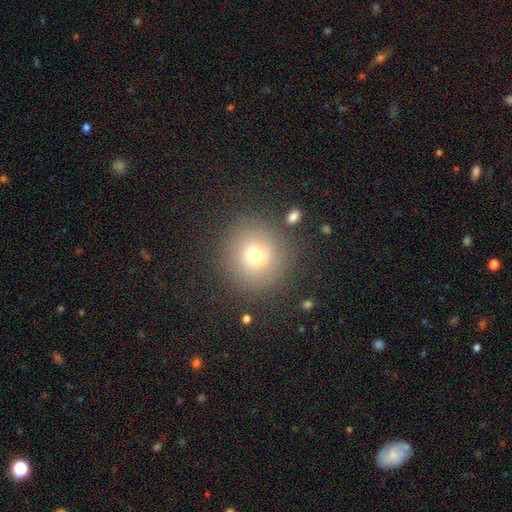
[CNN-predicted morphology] Smooth or featured: smooth — 66% (featured or disk — 18%)
How rounded: round — 92% (in between — 7%)
Merging: none — 82% (minor disturbance — 10%)